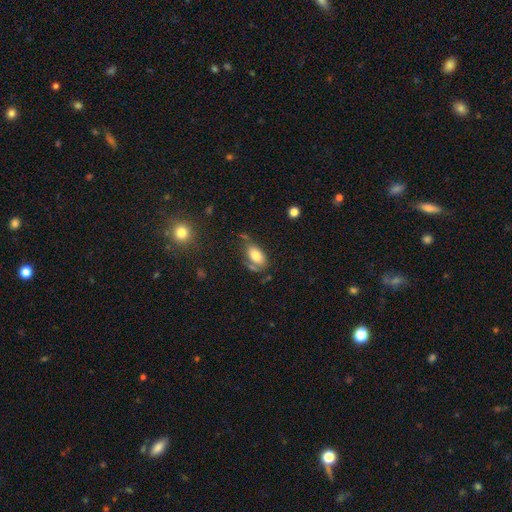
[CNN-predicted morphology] This is likely a smooth galaxy (74%). How rounded: clearly in between (92%). Merging: possibly none (51%).